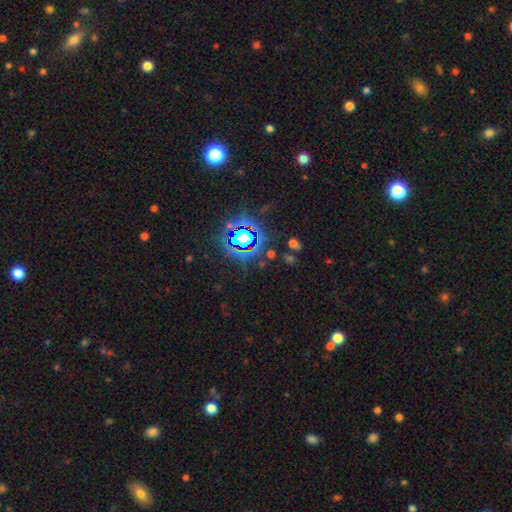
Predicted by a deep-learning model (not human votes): A star or artifact, not a galaxy (78%).

Vote fractions:
- Smooth or featured? star or artifact: 78% / smooth: 14% / featured or disk: 8%